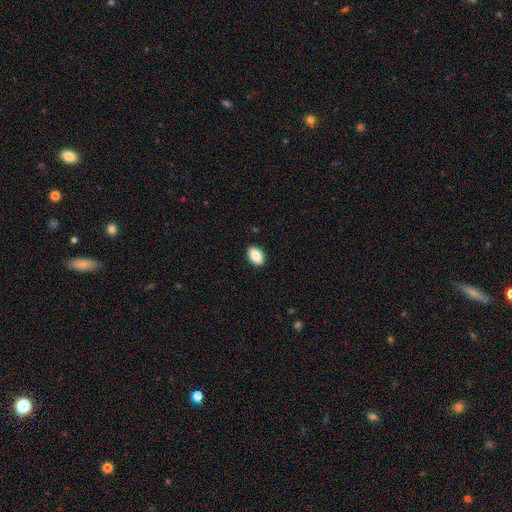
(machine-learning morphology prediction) type=smooth (86%); roundness=in between (92%); merging=none (90%).